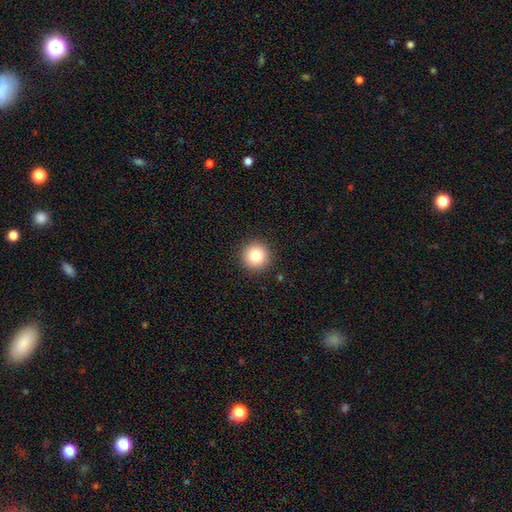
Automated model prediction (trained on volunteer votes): smooth-or-featured: smooth: 82% | star or artifact: 11% | featured or disk: 7%
  how-rounded: round: 96% | in between: 4% | cigar-shaped: 1%
  merging: none: 92% | minor disturbance: 5% | major disturbance: 2% | merger: 1%